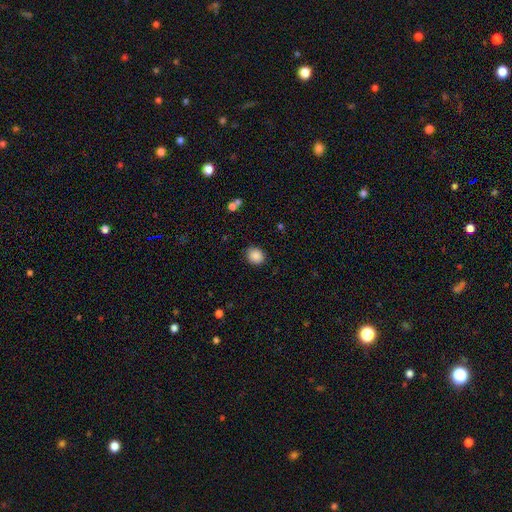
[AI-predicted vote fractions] A smooth galaxy with no disk features (88%) that is round (71%). Merging: none (86%).